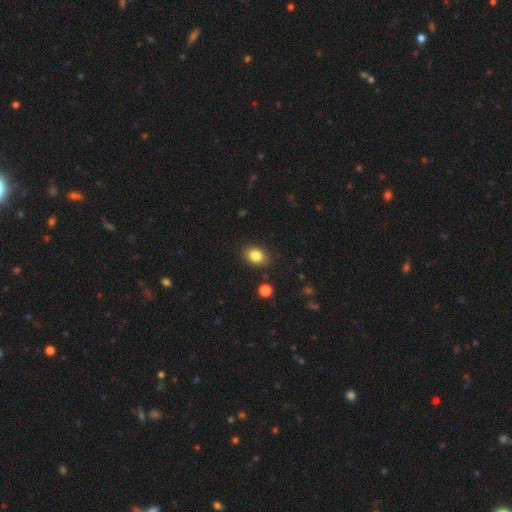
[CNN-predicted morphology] This appears to be a smooth galaxy with no disk features (84%) that is in between round and cigar-shaped (67%). Merging: none (86%).